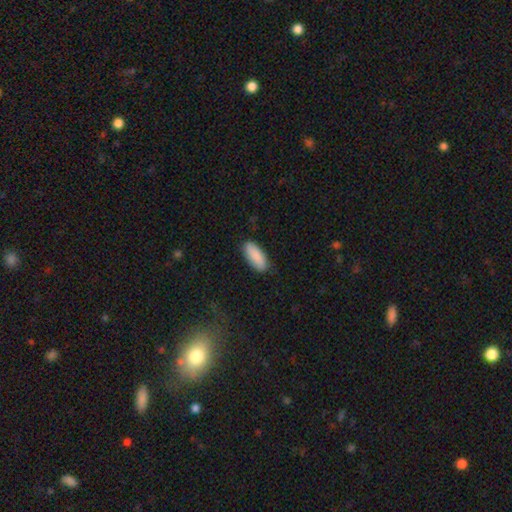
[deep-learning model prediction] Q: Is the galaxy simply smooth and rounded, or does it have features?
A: smooth — 89%.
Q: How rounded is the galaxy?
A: in between — 79%.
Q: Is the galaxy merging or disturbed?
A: none — 86%.